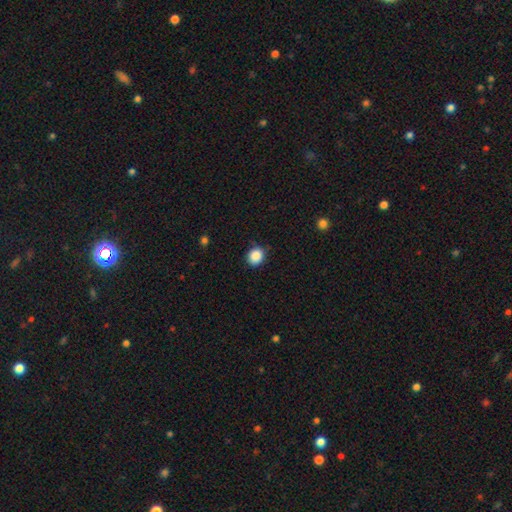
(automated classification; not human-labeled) Morphology: type=smooth (88%); roundness=round (76%); merging=none (83%).